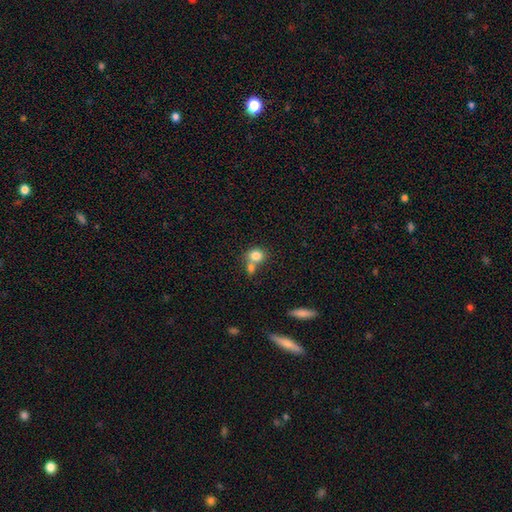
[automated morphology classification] smooth-or-featured: smooth: 80% | featured or disk: 10% | star or artifact: 10%
  how-rounded: round: 69% | in between: 30% | cigar-shaped: 1%
  merging: merger: 48% | none: 40% | minor disturbance: 9% | major disturbance: 3%